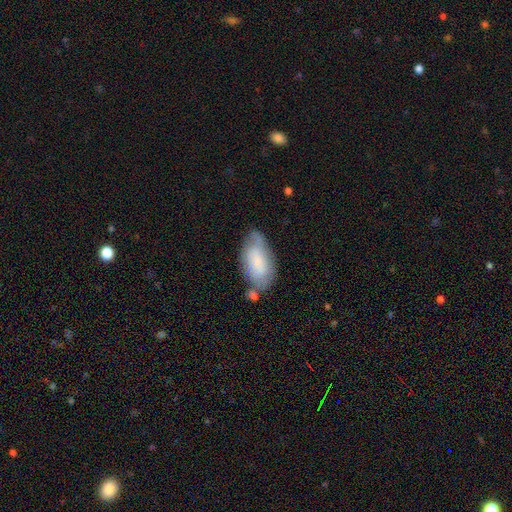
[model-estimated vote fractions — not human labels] A smooth galaxy with no disk features (69%) that is in between round and cigar-shaped (93%). Merging: none (50%).